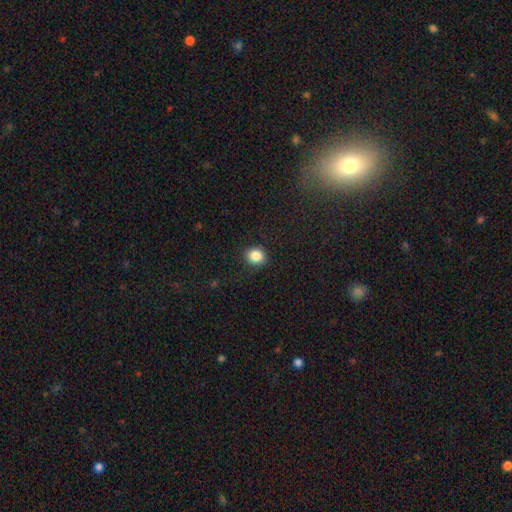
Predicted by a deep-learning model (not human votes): Smooth or featured? smooth (86%)
How rounded? round (74%)
Merging? none (89%)